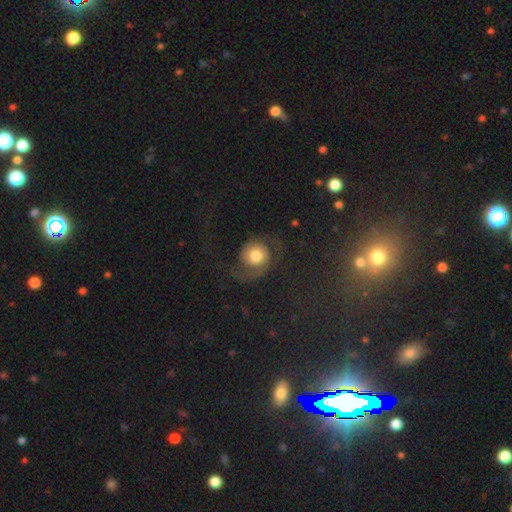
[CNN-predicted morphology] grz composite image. It shows a featured or disk galaxy (55%) with no bar (81%), spiral arms (85%) and a large central bulge (41%). Merging: none (55%).